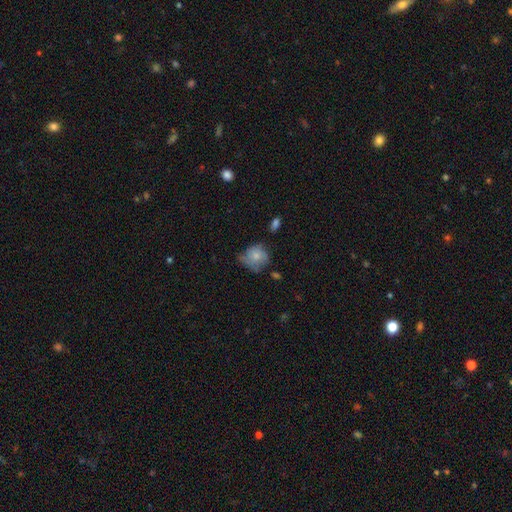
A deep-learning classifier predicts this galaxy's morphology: smooth 67%, featured or disk 24%, star or artifact 8%. Down the decision tree: how rounded — round (72%); merging — none (42%).